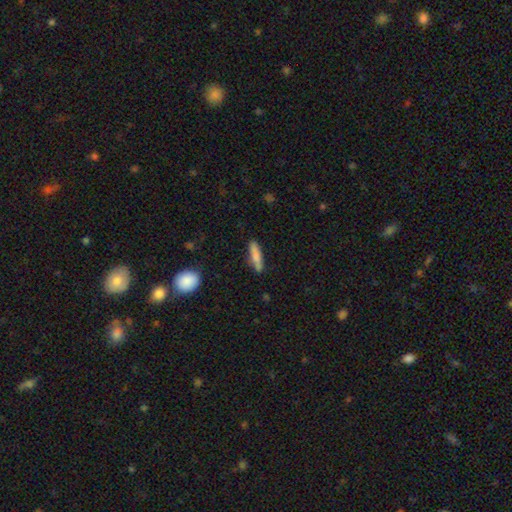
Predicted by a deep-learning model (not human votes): This appears to be a smooth galaxy with no disk features (78%) that is cigar-shaped (81%). Merging: none (83%).